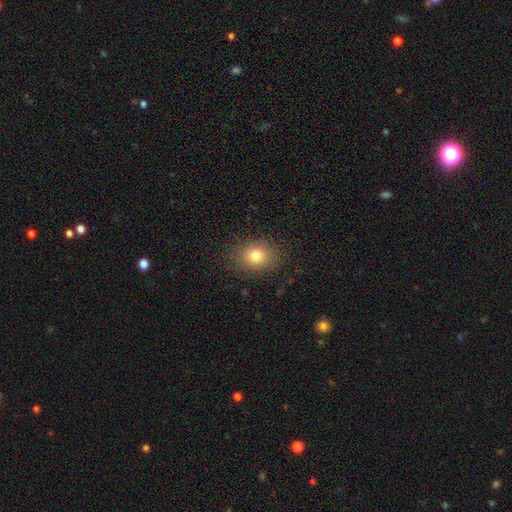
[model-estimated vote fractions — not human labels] A smooth galaxy with no disk features (79%) that is round (51%). Merging: none (84%).